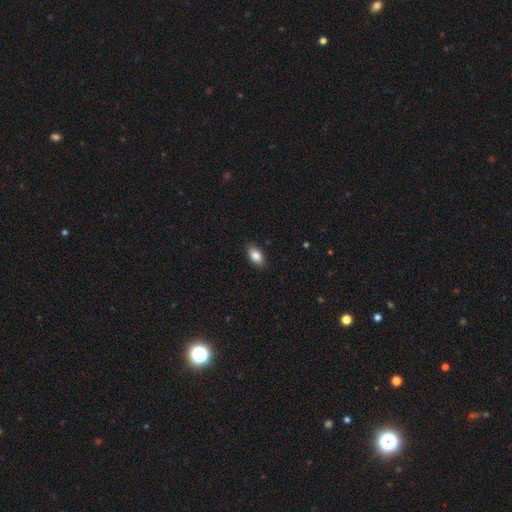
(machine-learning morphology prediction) This appears to be a smooth galaxy with no disk features (84%) that is in between round and cigar-shaped (91%). Merging: none (87%).